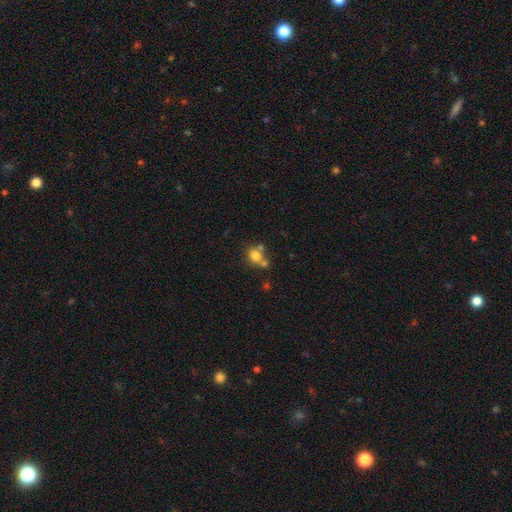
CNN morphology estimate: Smooth or featured: smooth — 73% (featured or disk — 14%)
How rounded: round — 66% (in between — 32%)
Merging: none — 44% (merger — 41%)